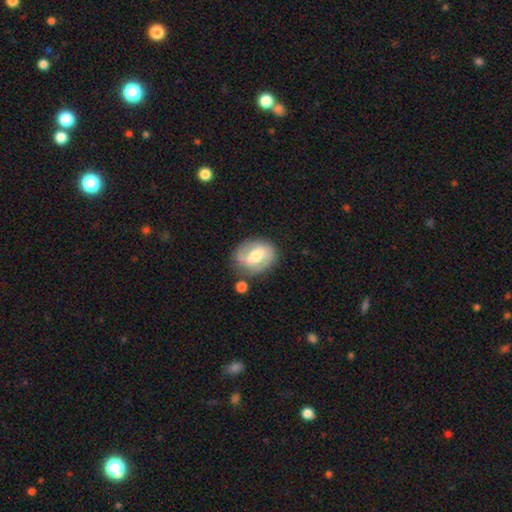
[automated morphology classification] Overall: featured or disk (57%; smooth 37%). Edge-on disk: no (95%). Bar: weak (44%; strong 36%). Spiral arms: yes (64%; no 36%). Bulge size: moderate (64%). Merging: none (72%).